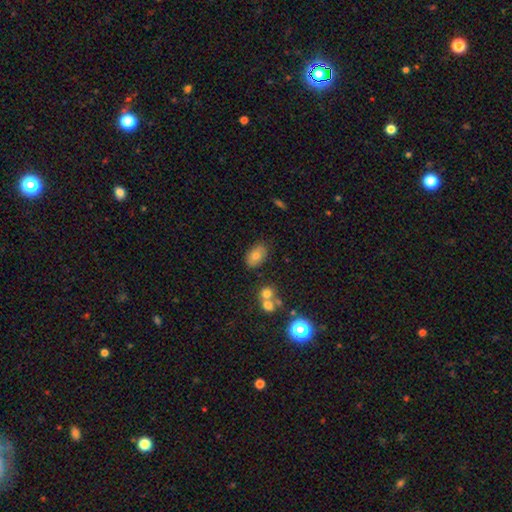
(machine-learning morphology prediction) smooth 75%, featured or disk 14%, star or artifact 11%. Down the decision tree: how rounded — in between (88%); merging — none (78%).